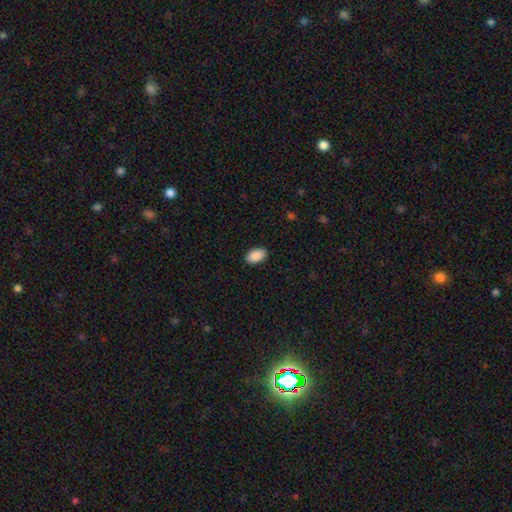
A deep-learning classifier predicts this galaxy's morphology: Q: Smooth or featured?
A: smooth (91%); runner-up: star or artifact (6%)
Q: How rounded?
A: in between (94%); runner-up: round (4%)
Q: Merging?
A: none (90%); runner-up: minor disturbance (8%)